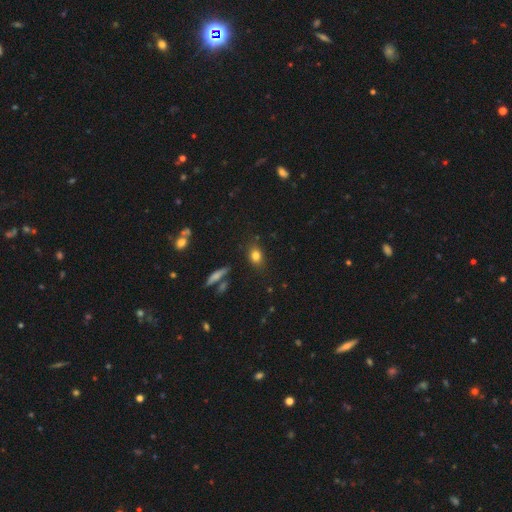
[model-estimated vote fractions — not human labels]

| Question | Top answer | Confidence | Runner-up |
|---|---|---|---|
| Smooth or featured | smooth | 80% | star or artifact (11%) |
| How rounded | in between | 64% | round (32%) |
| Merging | none | 80% | minor disturbance (13%) |